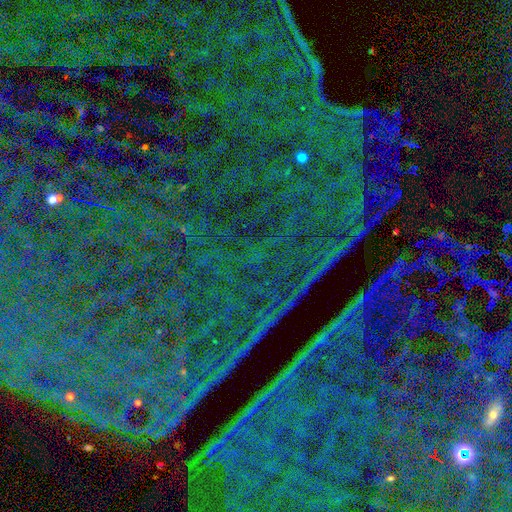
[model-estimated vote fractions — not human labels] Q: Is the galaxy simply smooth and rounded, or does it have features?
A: star or artifact — 88%.